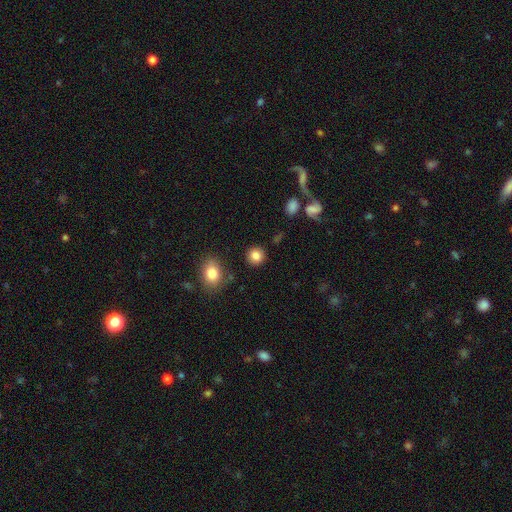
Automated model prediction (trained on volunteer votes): A smooth galaxy with no disk features (85%) that is round (90%).

Vote fractions:
- Smooth or featured? smooth: 85% / star or artifact: 10% / featured or disk: 5%
- How rounded? round: 90% / in between: 9% / cigar-shaped: 1%
- Merging? none: 89% / minor disturbance: 6% / merger: 2% / major disturbance: 2%